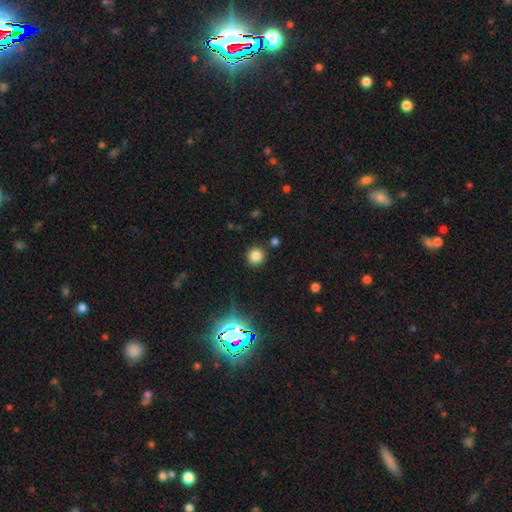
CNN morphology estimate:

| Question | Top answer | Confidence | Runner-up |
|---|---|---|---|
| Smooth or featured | smooth | 81% | star or artifact (15%) |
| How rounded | round | 91% | in between (8%) |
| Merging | none | 86% | minor disturbance (8%) |